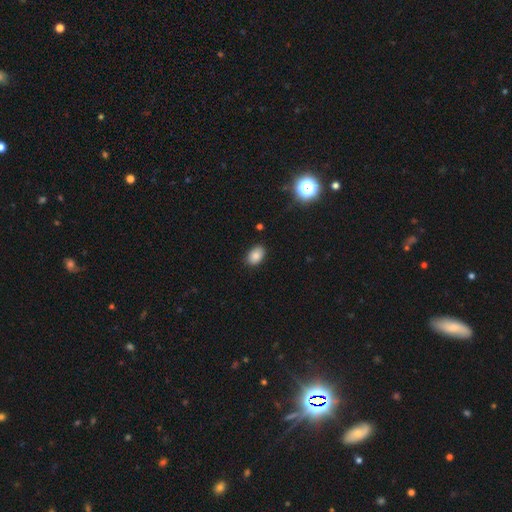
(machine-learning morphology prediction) A smooth galaxy with no disk features (84%) that is in between round and cigar-shaped (87%).

Vote fractions:
- Smooth or featured? smooth: 84% / star or artifact: 10% / featured or disk: 7%
- How rounded? in between: 87% / round: 12% / cigar-shaped: 1%
- Merging? none: 85% / minor disturbance: 12% / major disturbance: 2% / merger: 1%